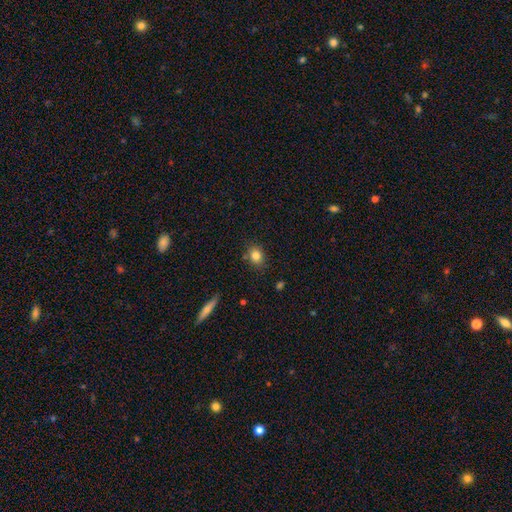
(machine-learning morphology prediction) Overall: smooth (82%). How rounded: round (53%; in between 45%). Merging: none (80%).